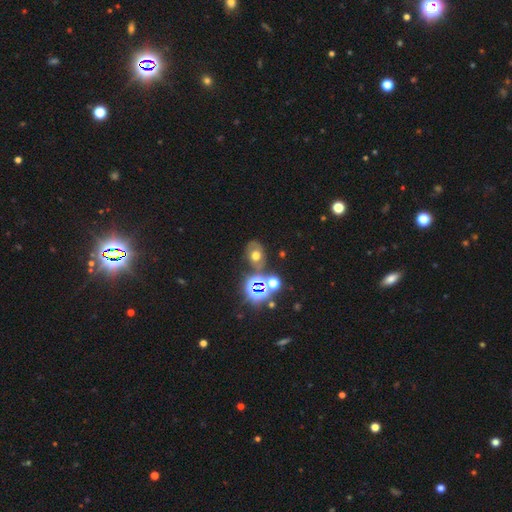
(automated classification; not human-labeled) The model was most divided on "smooth or featured": smooth: 44%, star or artifact: 29%, featured or disk: 27%. More confident: merging — none (60%).